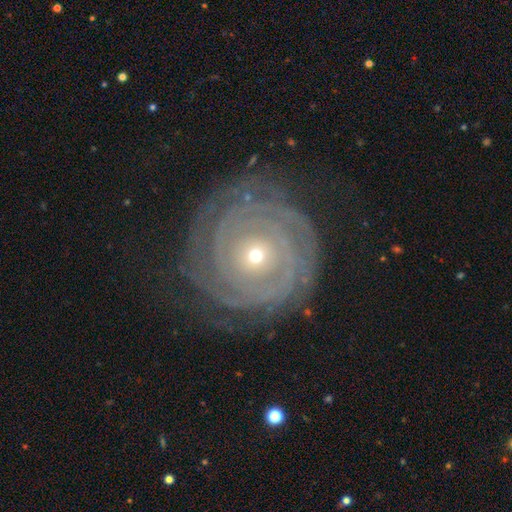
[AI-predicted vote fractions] This is clearly a featured or disk galaxy (88%). It is clearly not viewed edge-on (97%). Bar: likely no (80%). Spiral arm pattern: clearly yes (97%). Spiral arm count: marginally can't tell (26%). Spiral winding: clearly tight (90%). Central bulge: likely small (70%). Merging: likely none (80%).